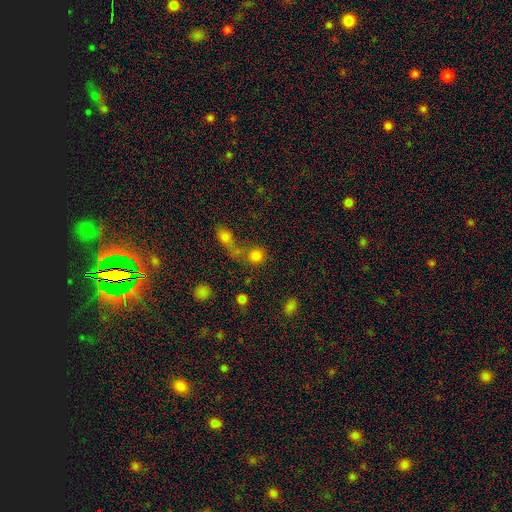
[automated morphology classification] type=smooth (78%); roundness=round (85%); merging=none (47%).